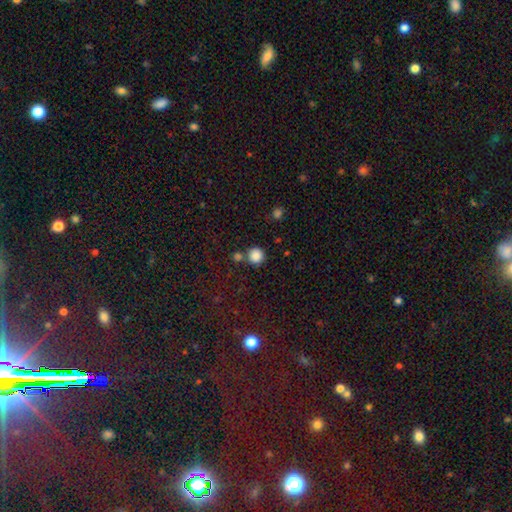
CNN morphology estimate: A smooth galaxy with no disk features (85%) that is round (93%).

Vote fractions:
- Smooth or featured? smooth: 85% / star or artifact: 11% / featured or disk: 4%
- How rounded? round: 93% / in between: 6% / cigar-shaped: 1%
- Merging? none: 74% / merger: 15% / minor disturbance: 8% / major disturbance: 3%